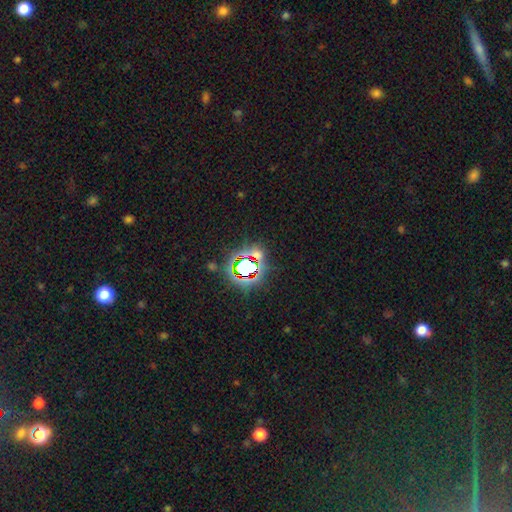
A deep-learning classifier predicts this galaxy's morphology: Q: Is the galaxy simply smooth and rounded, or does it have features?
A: star or artifact — 69%.